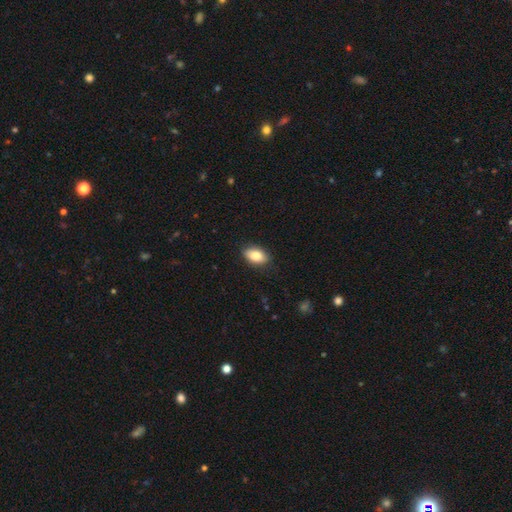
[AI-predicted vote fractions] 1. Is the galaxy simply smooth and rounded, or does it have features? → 84% smooth, 9% featured or disk, 7% star or artifact.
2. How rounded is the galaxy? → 90% in between, 8% round, 2% cigar-shaped.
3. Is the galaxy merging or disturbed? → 84% none, 12% minor disturbance, 2% major disturbance, 1% merger.